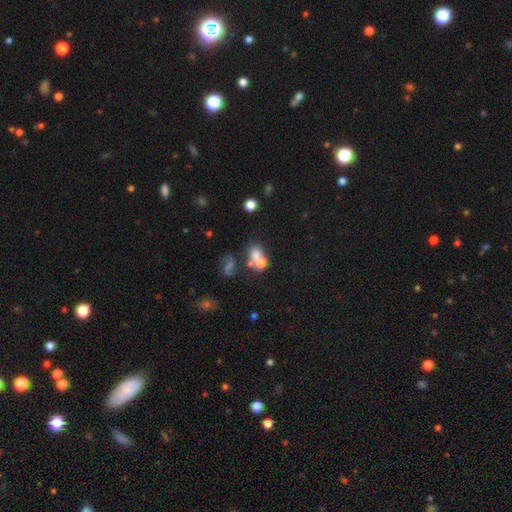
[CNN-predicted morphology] Q: Smooth or featured?
A: smooth (63%); runner-up: featured or disk (22%)
Q: How rounded?
A: round (53%); runner-up: in between (45%)
Q: Merging?
A: merger (55%); runner-up: none (28%)